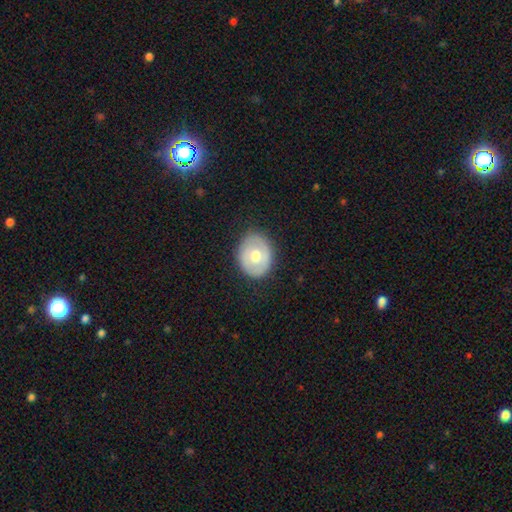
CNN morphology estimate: type=smooth (55%); roundness=round (53%); merging=none (83%).